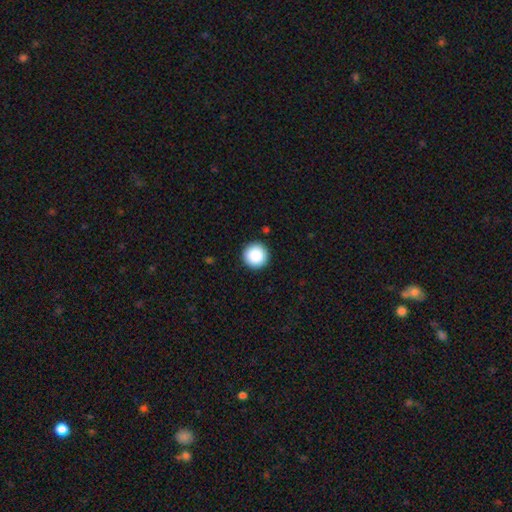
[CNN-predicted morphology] type=smooth (89%); roundness=round (97%); merging=none (93%).